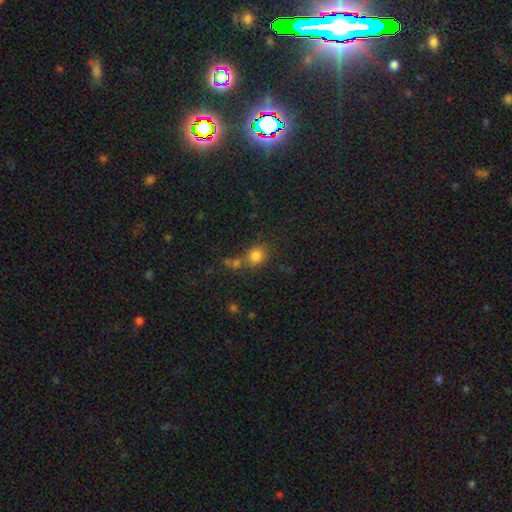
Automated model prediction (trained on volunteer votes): Smooth or featured? smooth (80%)
How rounded? round (78%)
Merging? none (59%)